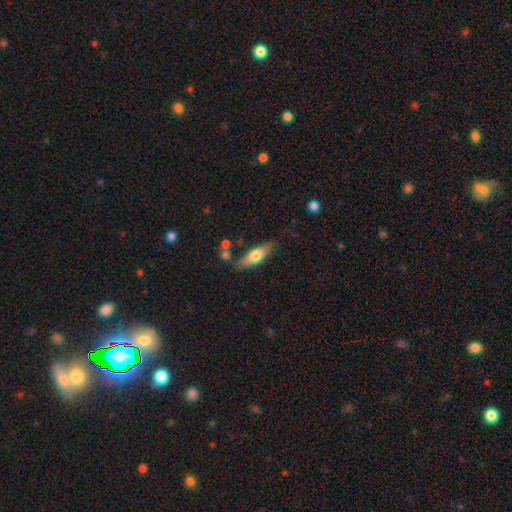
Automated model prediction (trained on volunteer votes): A smooth galaxy with no disk features (62%) that is cigar-shaped (51%). Merging: none (72%).